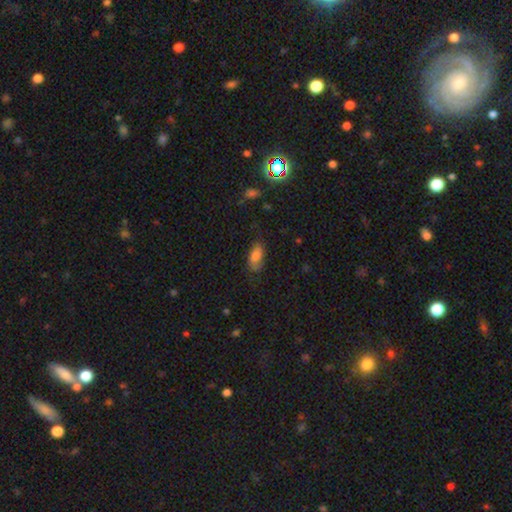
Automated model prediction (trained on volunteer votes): The model was most divided on "merging": none: 59%, minor disturbance: 28%, major disturbance: 12%, merger: 2%. More confident: how rounded — in between (88%); smooth or featured — smooth (71%).